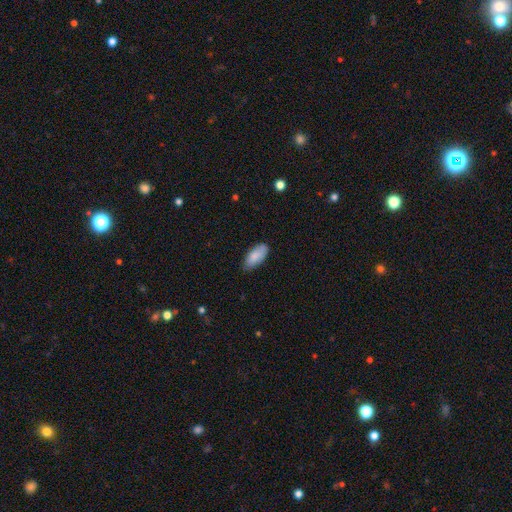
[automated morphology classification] Q: Smooth or featured?
A: smooth (86%); runner-up: featured or disk (8%)
Q: How rounded?
A: in between (89%); runner-up: cigar-shaped (10%)
Q: Merging?
A: none (74%); runner-up: minor disturbance (22%)